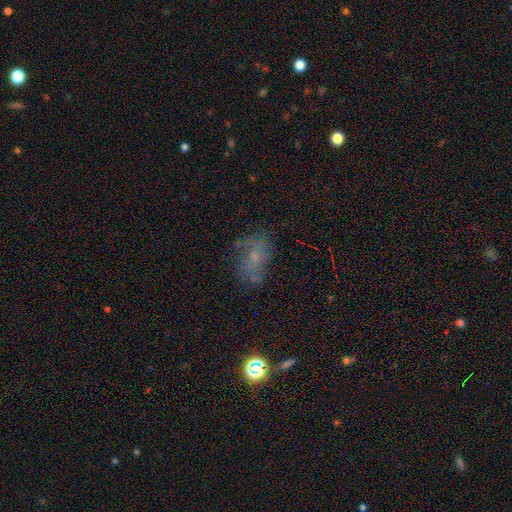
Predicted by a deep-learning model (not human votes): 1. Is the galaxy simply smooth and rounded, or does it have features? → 45% smooth, 36% featured or disk, 19% star or artifact.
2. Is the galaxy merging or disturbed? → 56% none, 23% minor disturbance, 17% major disturbance, 4% merger.